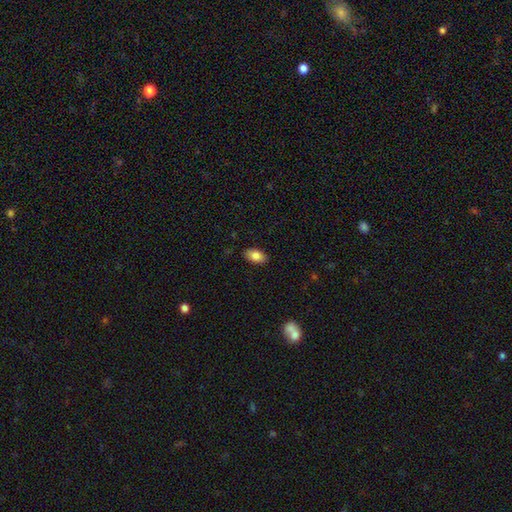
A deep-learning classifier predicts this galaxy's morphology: A smooth galaxy with no disk features (83%) that is in between round and cigar-shaped (92%). Merging: none (88%).